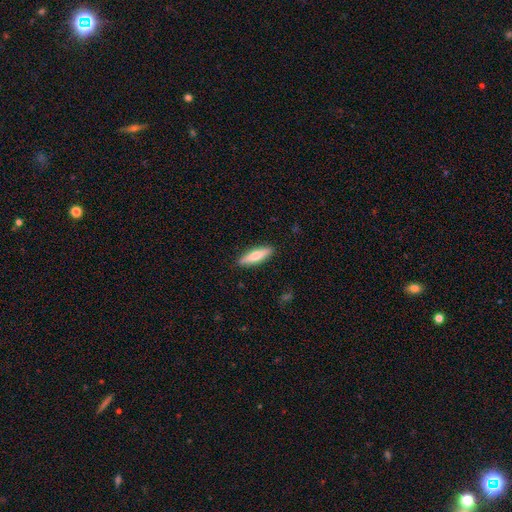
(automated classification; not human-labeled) Smooth or featured?
  - smooth: 62% *
  - featured or disk: 33%
  - star or artifact: 6%
How rounded?
  - cigar-shaped: 67% *
  - in between: 31%
  - round: 2%
Merging?
  - none: 89% *
  - minor disturbance: 8%
  - major disturbance: 2%
  - merger: 1%